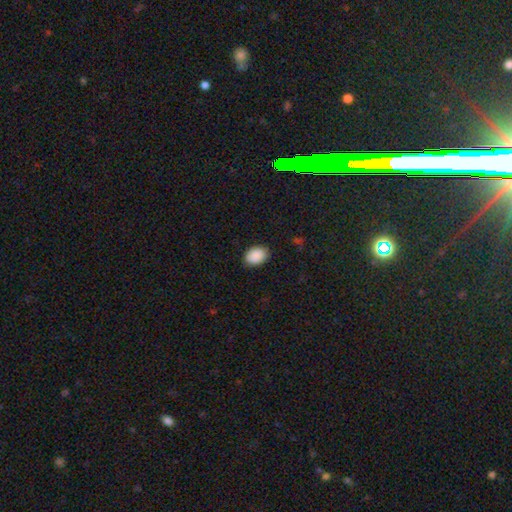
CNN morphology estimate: smooth 91%, star or artifact 7%, featured or disk 3%. Down the decision tree: how rounded — in between (78%); merging — none (86%).